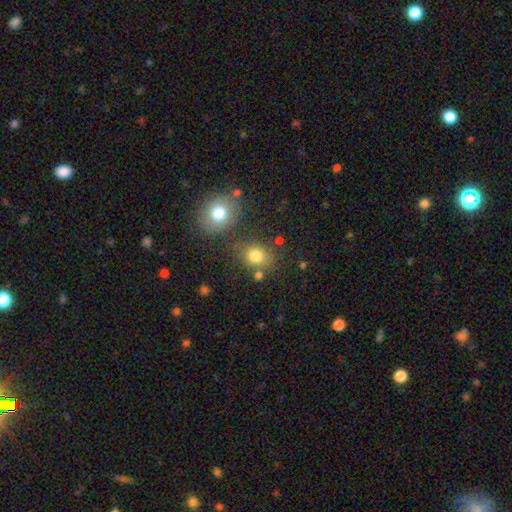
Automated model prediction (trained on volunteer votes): Smooth or featured? Predicted: smooth (p=0.78). How rounded? Predicted: round (p=0.58). Merging? Predicted: none (p=0.68).